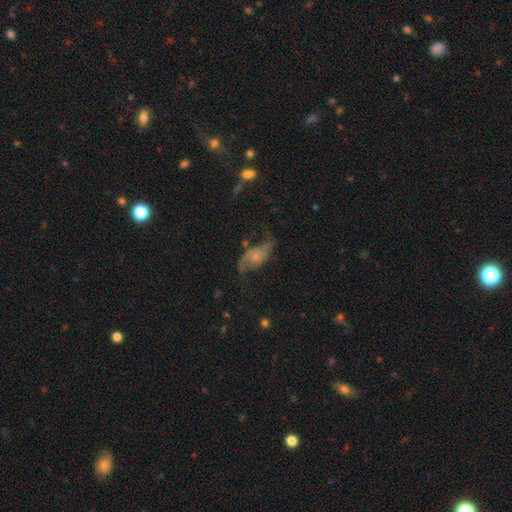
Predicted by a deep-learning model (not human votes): The model was most divided on "merging": none: 54%, minor disturbance: 23%, major disturbance: 19%, merger: 4%. More confident: edge-on disk — no (94%); spiral arms — yes (90%); spiral arm count — 2 (88%); spiral winding — loose (74%); smooth or featured — featured or disk (71%); bar — no (70%); bulge size — small (58%).